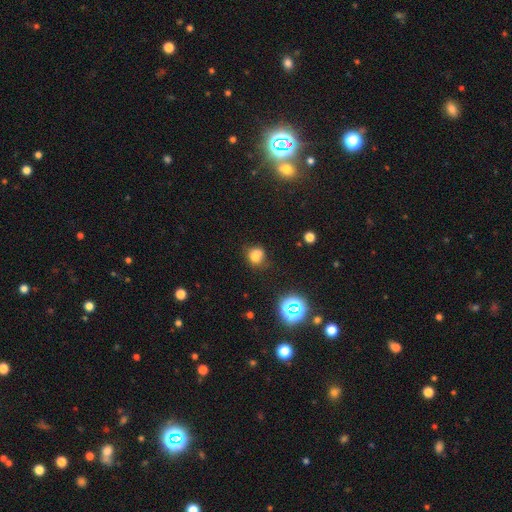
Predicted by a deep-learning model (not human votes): Smooth or featured?
  - smooth: 69% *
  - star or artifact: 19%
  - featured or disk: 12%
How rounded?
  - round: 66% *
  - in between: 33%
  - cigar-shaped: 1%
Merging?
  - none: 47% *
  - merger: 27%
  - minor disturbance: 18%
  - major disturbance: 8%